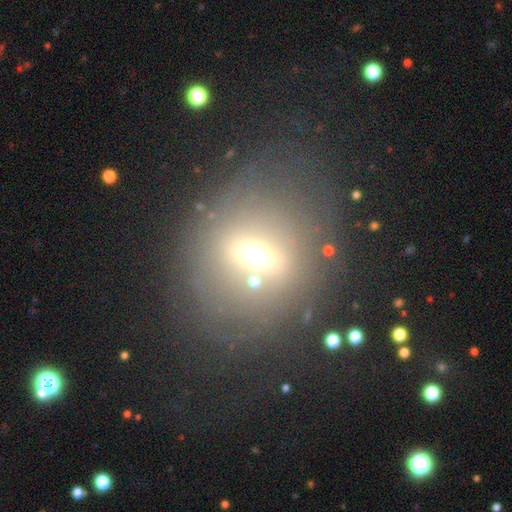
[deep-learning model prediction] A smooth galaxy with no disk features (39%). Merging: none (68%).